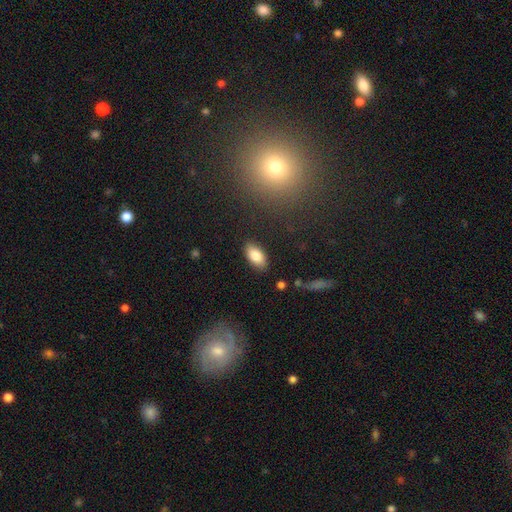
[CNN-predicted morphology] smooth-or-featured: smooth: 83% | featured or disk: 9% | star or artifact: 7%
  how-rounded: in between: 93% | cigar-shaped: 5% | round: 3%
  merging: none: 86% | minor disturbance: 10% | major disturbance: 2% | merger: 2%